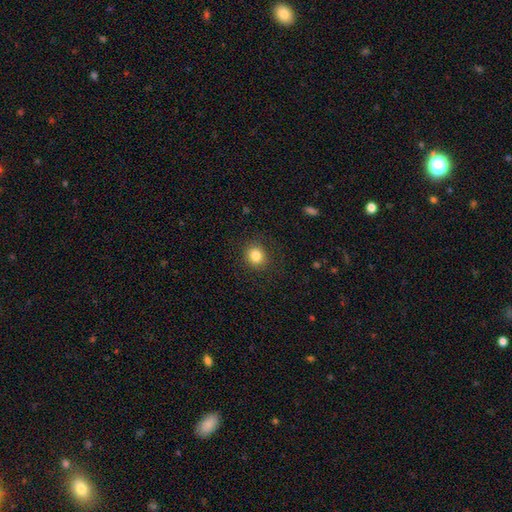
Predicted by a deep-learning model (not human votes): This appears to be a smooth galaxy with no disk features (83%) that is round (86%). Merging: none (89%).